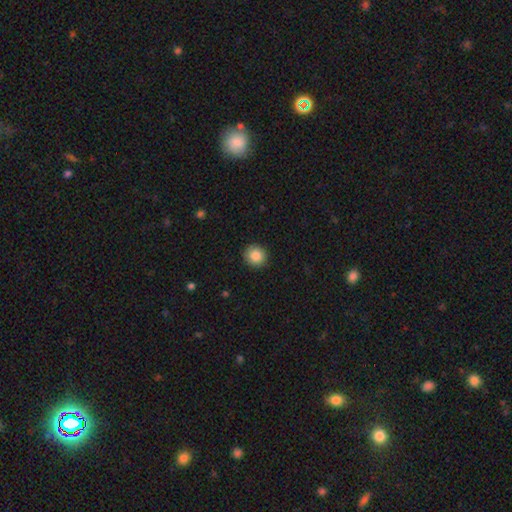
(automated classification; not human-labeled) The model was most divided on "smooth or featured": smooth: 87%, star or artifact: 9%, featured or disk: 5%. More confident: how rounded — round (91%); merging — none (91%).